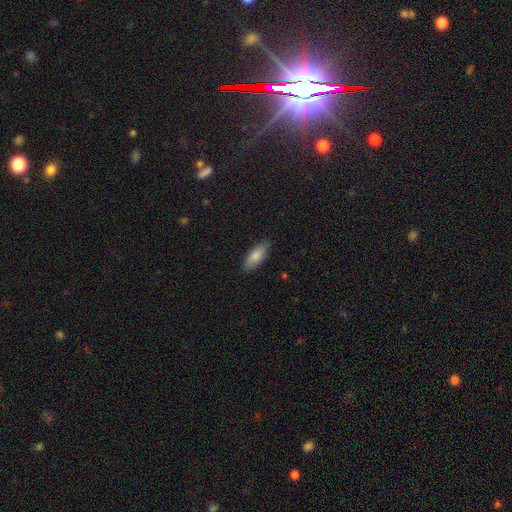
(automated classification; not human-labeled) Smooth or featured? Predicted: smooth (p=0.81). How rounded? Predicted: in between (p=0.71). Merging? Predicted: none (p=0.87).